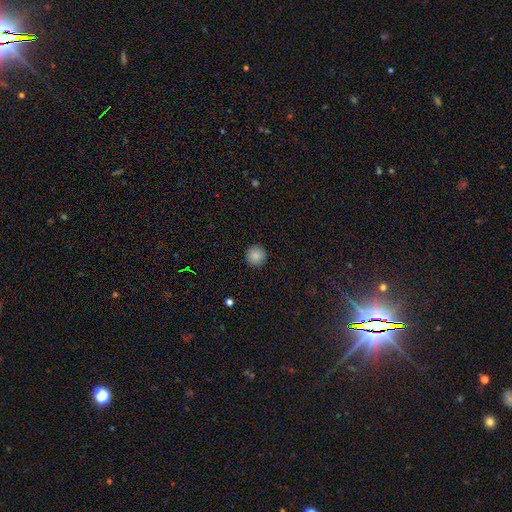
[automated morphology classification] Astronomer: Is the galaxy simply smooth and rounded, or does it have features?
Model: smooth — 87%.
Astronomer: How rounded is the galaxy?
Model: round — 95%.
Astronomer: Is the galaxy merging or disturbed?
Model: none — 92%.